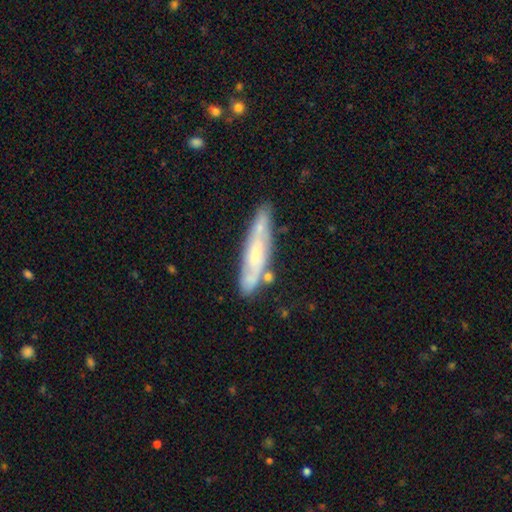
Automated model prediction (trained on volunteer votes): A featured or disk galaxy (56%).

Vote fractions:
- Smooth or featured? featured or disk: 56% / smooth: 38% / star or artifact: 6%
- Edge-on disk? no: 54% / yes: 46%
- Merging? none: 69% / minor disturbance: 19% / merger: 8% / major disturbance: 4%